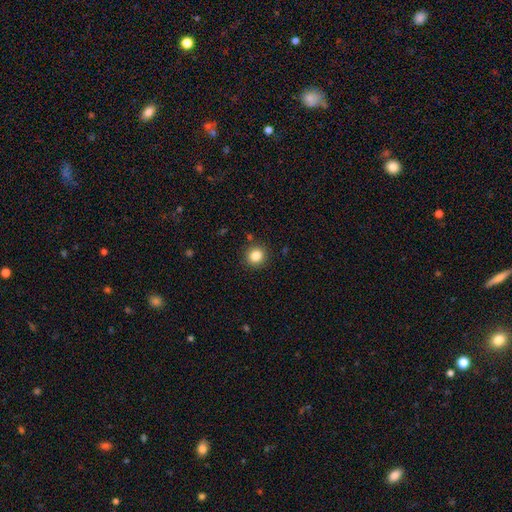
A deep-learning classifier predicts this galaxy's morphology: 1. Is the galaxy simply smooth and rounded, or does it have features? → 84% smooth, 11% star or artifact, 5% featured or disk.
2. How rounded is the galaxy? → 89% round, 10% in between, 1% cigar-shaped.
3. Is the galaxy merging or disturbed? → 90% none, 6% minor disturbance, 2% major disturbance, 2% merger.